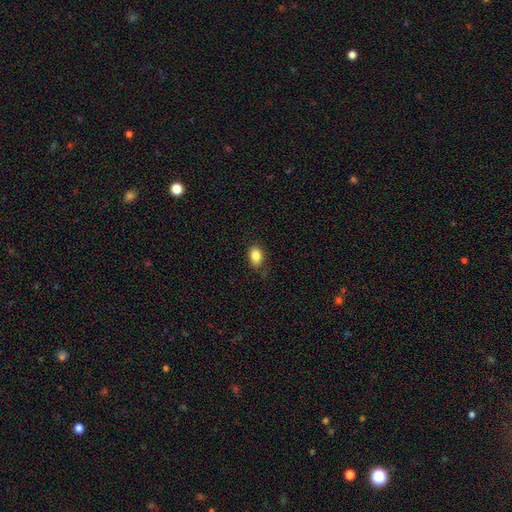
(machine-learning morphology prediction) Overall: smooth (85%). How rounded: in between (82%). Merging: none (79%).